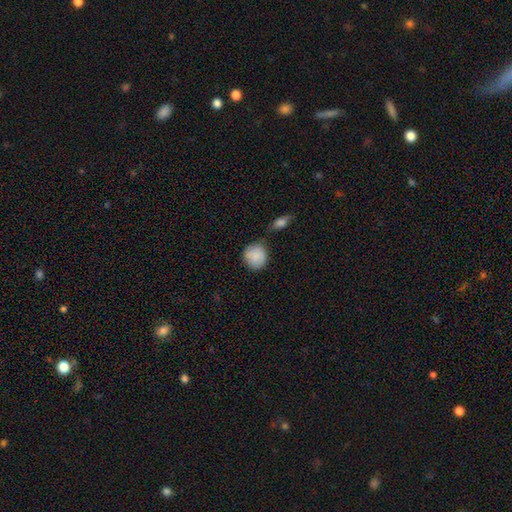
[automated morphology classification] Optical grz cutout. It shows a smooth galaxy with no disk features (87%) that is round (85%). Merging: none (63%).